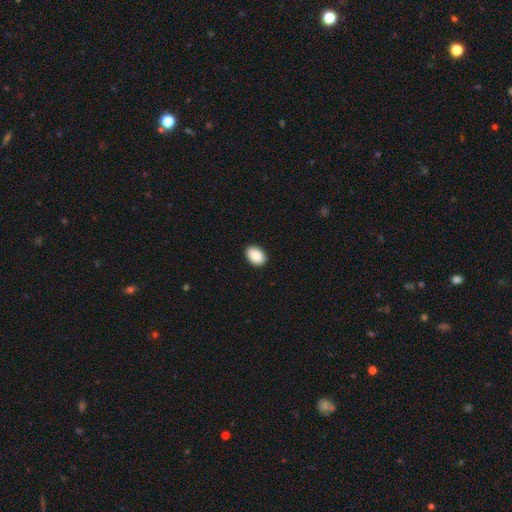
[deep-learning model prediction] Smooth or featured?
  - smooth: 90% *
  - star or artifact: 7%
  - featured or disk: 4%
How rounded?
  - in between: 85% *
  - round: 14%
  - cigar-shaped: 1%
Merging?
  - none: 90% *
  - minor disturbance: 7%
  - major disturbance: 2%
  - merger: 1%